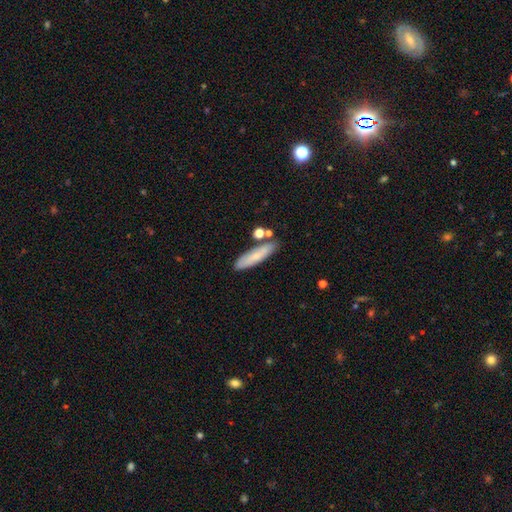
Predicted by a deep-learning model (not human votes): smooth_or_featured: smooth (p=0.70) [alt: featured or disk p=0.22]
how_rounded: cigar-shaped (p=0.75) [alt: in between p=0.23]
merging: none (p=0.77) [alt: minor disturbance p=0.13]